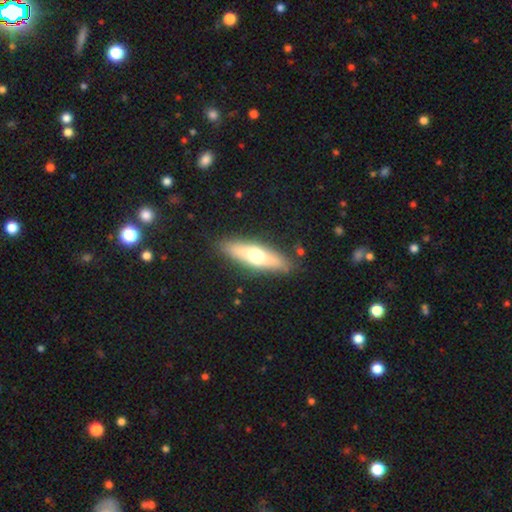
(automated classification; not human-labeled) Q: Smooth or featured?
A: smooth (53%); runner-up: featured or disk (41%)
Q: How rounded?
A: cigar-shaped (54%); runner-up: in between (43%)
Q: Merging?
A: none (85%); runner-up: minor disturbance (10%)